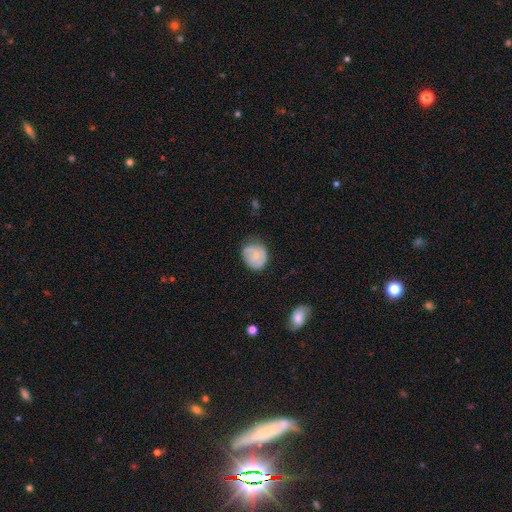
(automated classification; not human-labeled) Smooth or featured? smooth (57%)
How rounded? round (67%)
Merging? none (54%)